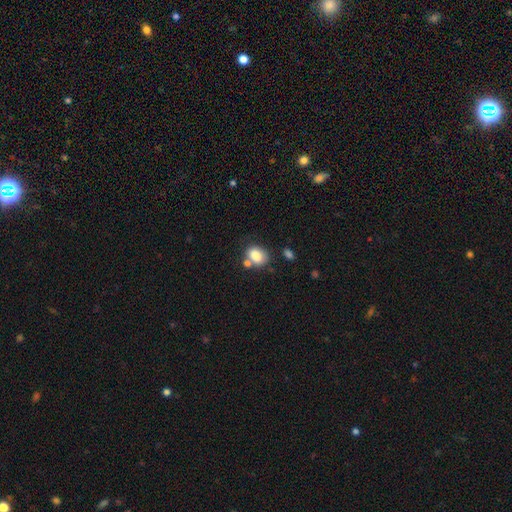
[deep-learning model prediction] A smooth galaxy with no disk features (82%) that is in between round and cigar-shaped (67%).

Vote fractions:
- Smooth or featured? smooth: 82% / featured or disk: 9% / star or artifact: 9%
- How rounded? in between: 67% / round: 32% / cigar-shaped: 1%
- Merging? none: 55% / merger: 24% / minor disturbance: 16% / major disturbance: 5%